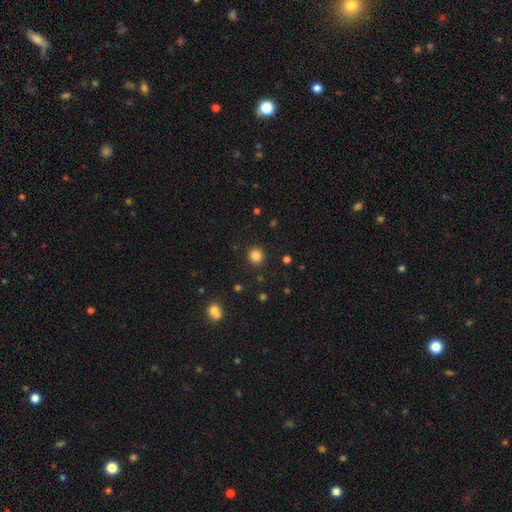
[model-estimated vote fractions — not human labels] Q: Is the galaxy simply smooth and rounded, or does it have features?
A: smooth — 83%.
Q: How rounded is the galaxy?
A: round — 91%.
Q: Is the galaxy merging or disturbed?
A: none — 91%.